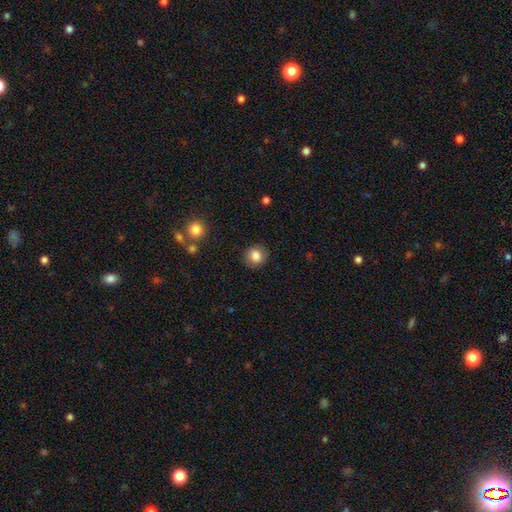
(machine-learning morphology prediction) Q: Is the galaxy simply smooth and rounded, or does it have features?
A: smooth — 85%.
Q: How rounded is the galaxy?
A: round — 84%.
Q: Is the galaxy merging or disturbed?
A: none — 86%.